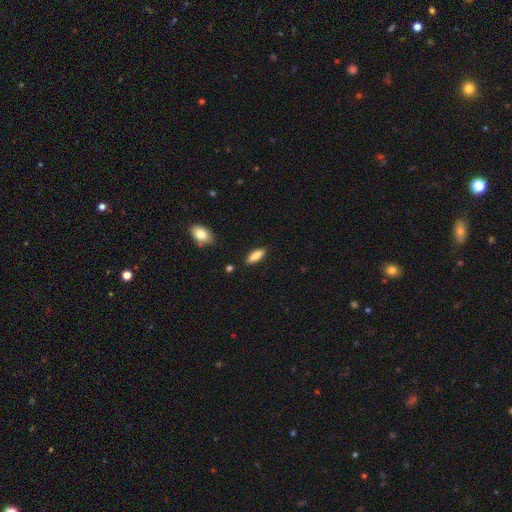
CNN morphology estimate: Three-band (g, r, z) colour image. It shows a smooth galaxy with no disk features (82%) that is in between round and cigar-shaped (61%). Merging: none (86%).